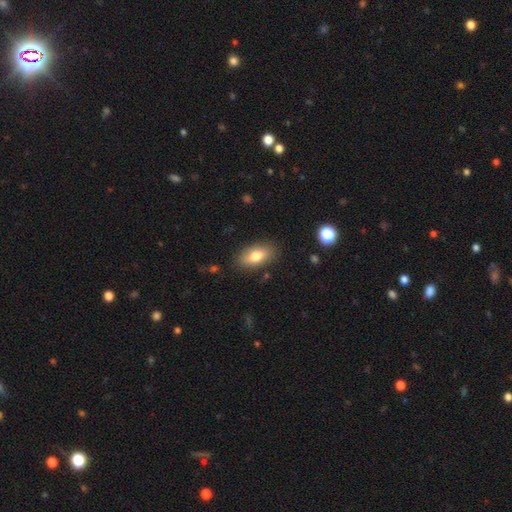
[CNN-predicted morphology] A smooth galaxy with no disk features (77%) that is in between round and cigar-shaped (89%).

Vote fractions:
- Smooth or featured? smooth: 77% / featured or disk: 16% / star or artifact: 7%
- How rounded? in between: 89% / cigar-shaped: 6% / round: 5%
- Merging? none: 84% / minor disturbance: 11% / major disturbance: 3% / merger: 2%